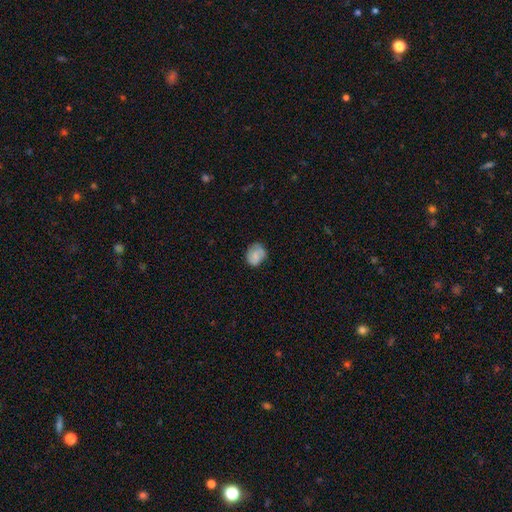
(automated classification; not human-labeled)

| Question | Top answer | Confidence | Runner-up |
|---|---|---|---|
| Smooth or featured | smooth | 75% | featured or disk (17%) |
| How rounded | round | 61% | in between (38%) |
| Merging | none | 63% | minor disturbance (28%) |